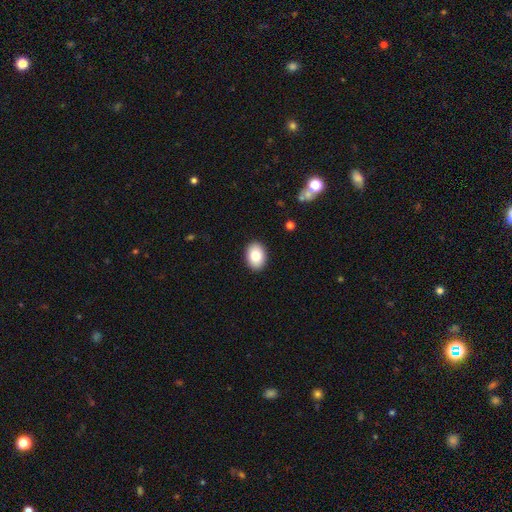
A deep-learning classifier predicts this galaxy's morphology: A smooth galaxy with no disk features (82%) that is in between round and cigar-shaped (80%).

Vote fractions:
- Smooth or featured? smooth: 82% / featured or disk: 10% / star or artifact: 8%
- How rounded? in between: 80% / round: 19% / cigar-shaped: 1%
- Merging? none: 91% / minor disturbance: 7% / major disturbance: 2% / merger: 1%